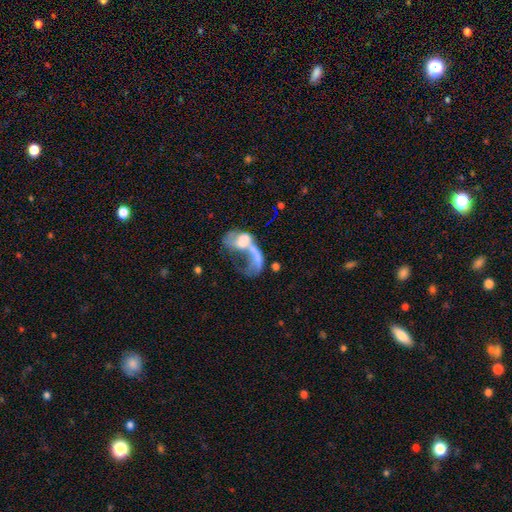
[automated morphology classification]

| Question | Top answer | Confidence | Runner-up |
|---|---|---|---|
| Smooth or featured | featured or disk | 57% | smooth (32%) |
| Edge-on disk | no | 95% | yes (5%) |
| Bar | no | 70% | weak (21%) |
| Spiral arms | no | 61% | yes (39%) |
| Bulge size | moderate | 34% | none (28%) |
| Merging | merger | 52% | major disturbance (33%) |